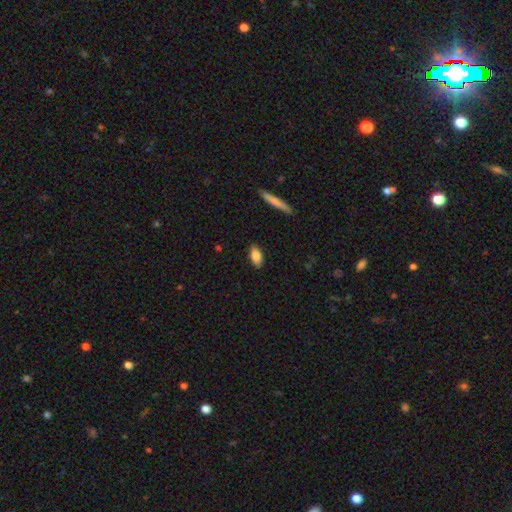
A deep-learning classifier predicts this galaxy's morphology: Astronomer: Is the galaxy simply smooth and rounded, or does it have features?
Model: smooth — 81%.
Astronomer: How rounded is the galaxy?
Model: in between — 81%.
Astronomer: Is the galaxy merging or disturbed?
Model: none — 86%.